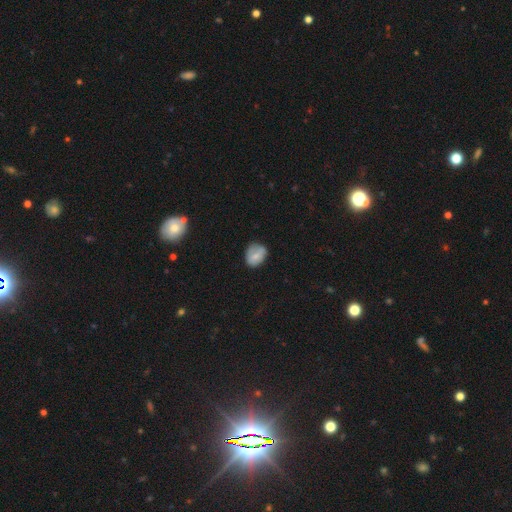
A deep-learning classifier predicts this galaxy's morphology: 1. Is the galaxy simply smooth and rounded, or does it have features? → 70% smooth, 21% featured or disk, 9% star or artifact.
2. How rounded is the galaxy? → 54% in between, 45% round, 1% cigar-shaped.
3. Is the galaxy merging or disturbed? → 62% none, 29% minor disturbance, 8% major disturbance, 2% merger.